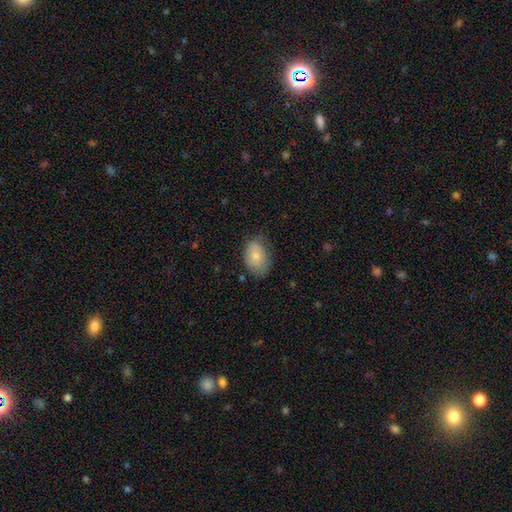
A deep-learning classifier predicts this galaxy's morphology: Smooth or featured?
  - smooth: 77% *
  - featured or disk: 16%
  - star or artifact: 7%
How rounded?
  - in between: 85% *
  - round: 14%
  - cigar-shaped: 1%
Merging?
  - none: 67% *
  - minor disturbance: 26%
  - major disturbance: 6%
  - merger: 1%